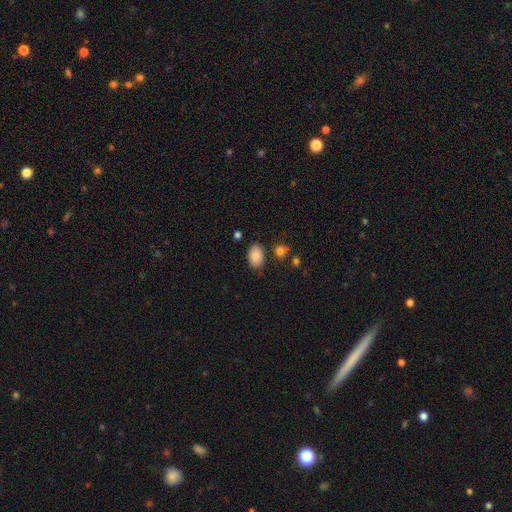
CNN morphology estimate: type=smooth (85%); roundness=in between (87%); merging=none (82%).